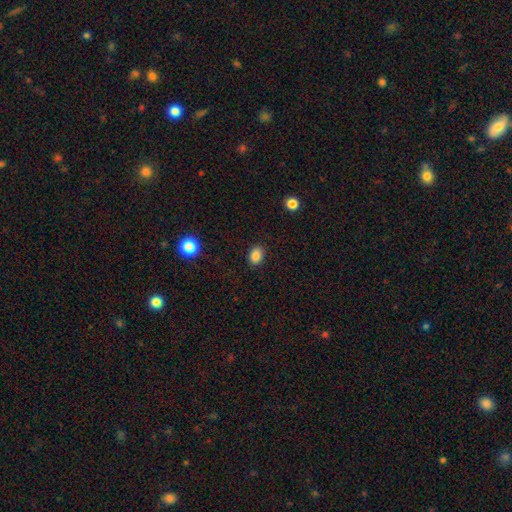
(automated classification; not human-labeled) Overall: smooth (86%). How rounded: in between (67%; round 32%). Merging: none (89%).